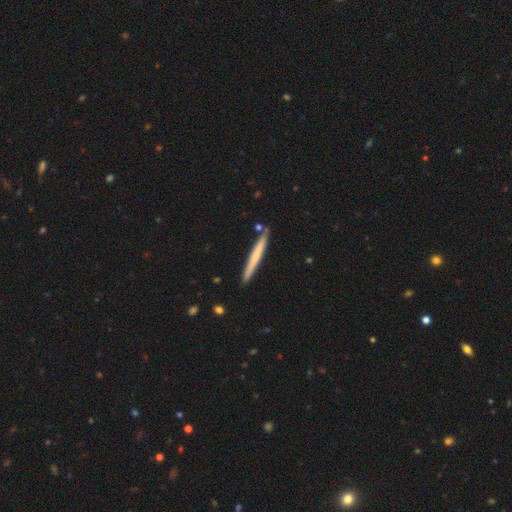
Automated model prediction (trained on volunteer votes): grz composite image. It shows a smooth galaxy with no disk features (59%) that is cigar-shaped (97%). Merging: none (88%).